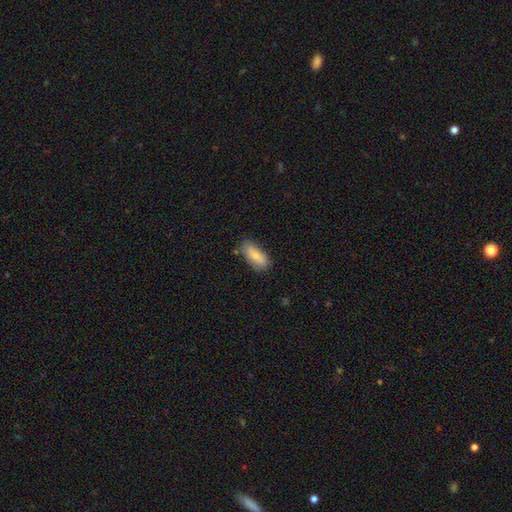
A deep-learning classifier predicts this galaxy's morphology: A smooth galaxy with no disk features (76%) that is in between round and cigar-shaped (84%). Merging: none (74%).